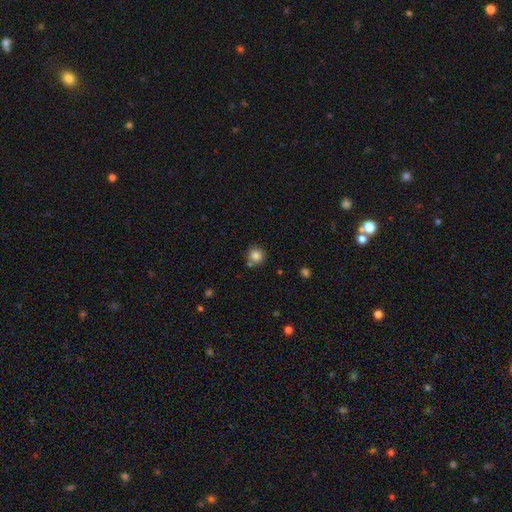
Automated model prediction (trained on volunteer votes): Smooth or featured: smooth — 84% (star or artifact — 11%)
How rounded: round — 93% (in between — 6%)
Merging: none — 76% (merger — 12%)